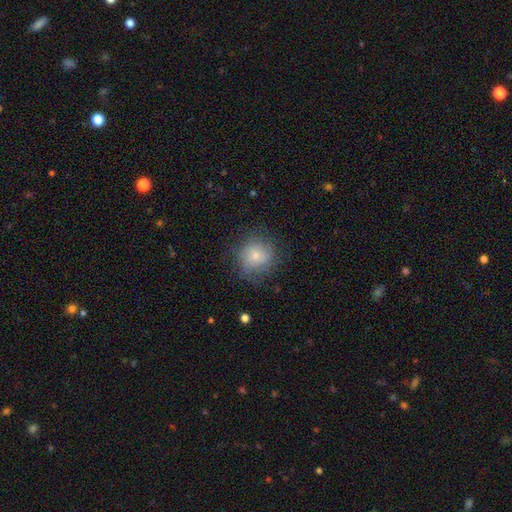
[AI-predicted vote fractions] Morphology: type=smooth (71%); roundness=round (87%); merging=none (69%).